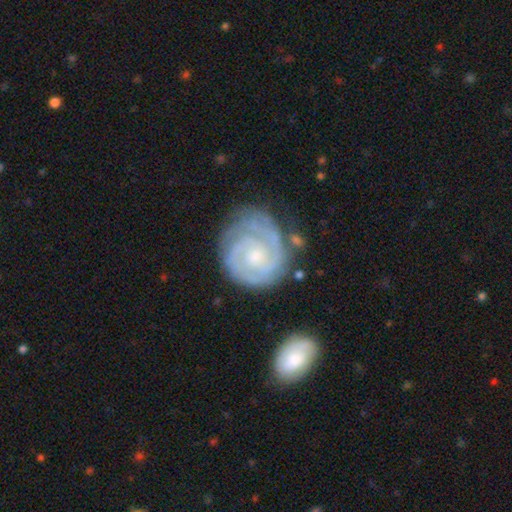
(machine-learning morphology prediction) featured or disk 85%, smooth 10%, star or artifact 5%. Down the decision tree: edge-on disk — no (98%); bar — no (67%); spiral arms — yes (96%); spiral arm count — 2 (47%); spiral winding — tight (77%); bulge size — small (62%); merging — none (67%).